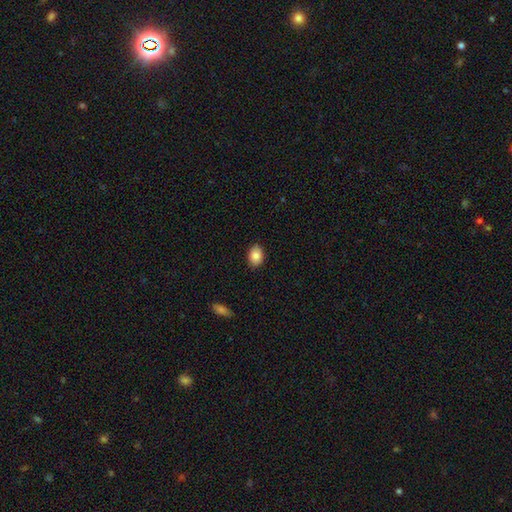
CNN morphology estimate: smooth-or-featured: smooth: 86% | star or artifact: 8% | featured or disk: 6%
  how-rounded: in between: 75% | round: 24% | cigar-shaped: 1%
  merging: none: 89% | minor disturbance: 8% | major disturbance: 2% | merger: 1%